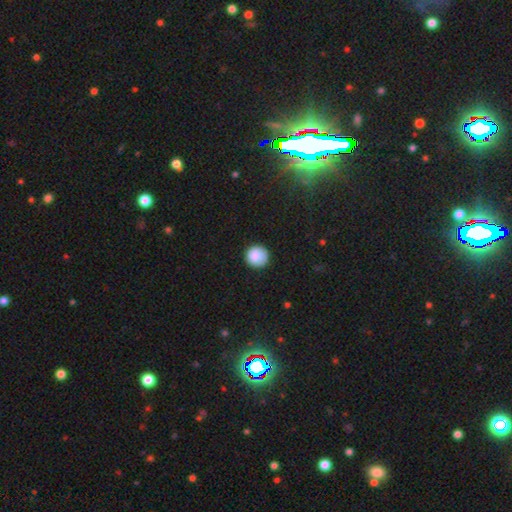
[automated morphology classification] This is clearly a smooth galaxy (88%). How rounded: clearly round (95%). Merging: clearly none (88%).